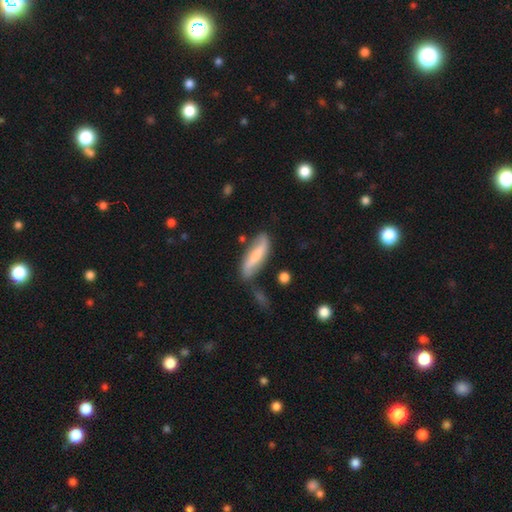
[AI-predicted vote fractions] Smooth or featured? smooth (52%)
How rounded? cigar-shaped (58%)
Merging? none (63%)